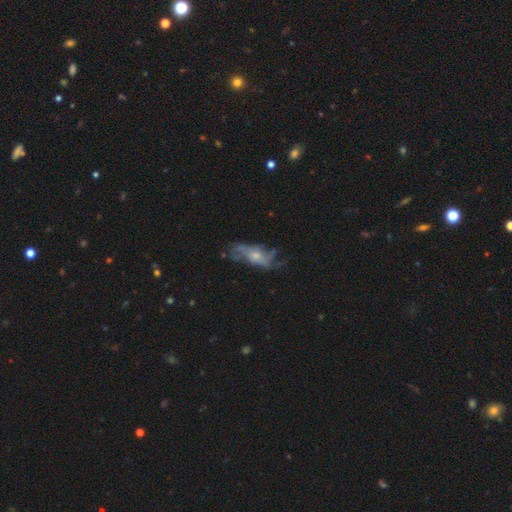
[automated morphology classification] A featured or disk galaxy (64%) with no bar (76%), spiral arms (66%) and a small central bulge (50%).

Vote fractions:
- Smooth or featured? featured or disk: 64% / smooth: 27% / star or artifact: 9%
- Edge-on disk? no: 87% / yes: 13%
- Bar? no: 76% / weak: 20% / strong: 4%
- Spiral arms? yes: 66% / no: 34%
- Bulge size? small: 50% / moderate: 39% / none: 5% / large: 4% / dominant: 1%
- Merging? none: 49% / major disturbance: 24% / minor disturbance: 24% / merger: 3%